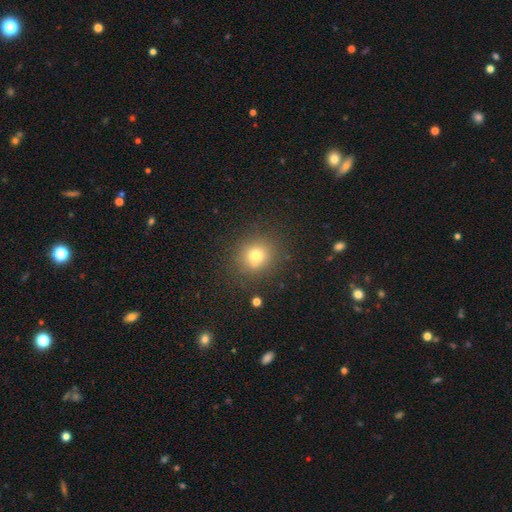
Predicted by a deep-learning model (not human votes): The model was most divided on "smooth or featured": smooth: 73%, star or artifact: 16%, featured or disk: 10%. More confident: how rounded — round (85%); merging — none (80%).